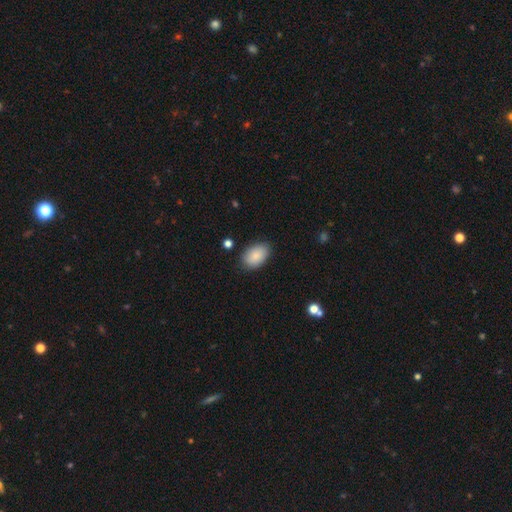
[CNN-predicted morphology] Overall: smooth (88%). How rounded: in between (90%). Merging: none (84%).